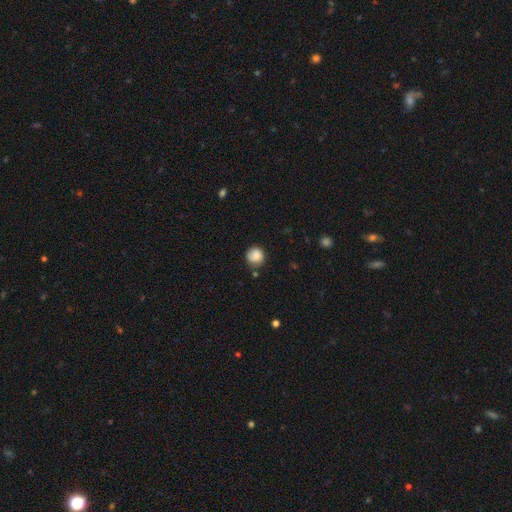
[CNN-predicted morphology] Smooth or featured: smooth — 85% (star or artifact — 9%)
How rounded: round — 92% (in between — 7%)
Merging: none — 77% (minor disturbance — 16%)